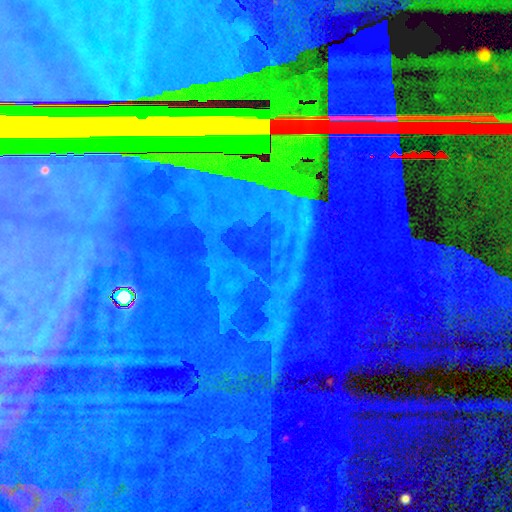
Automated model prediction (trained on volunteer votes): This is clearly a star or artifact rather than a galaxy (87%).